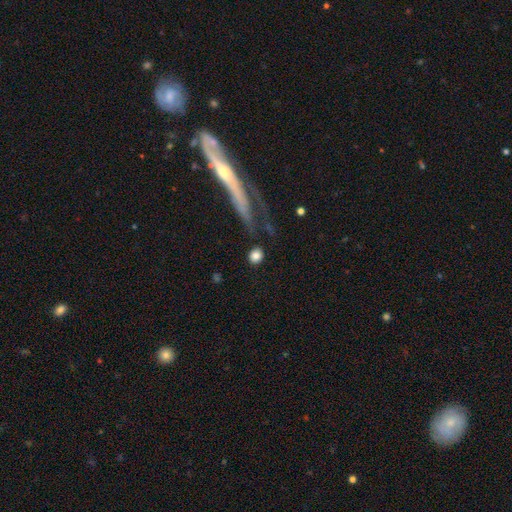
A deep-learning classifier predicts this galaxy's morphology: A smooth galaxy with no disk features (82%) that is round (79%).

Vote fractions:
- Smooth or featured? smooth: 82% / star or artifact: 9% / featured or disk: 9%
- How rounded? round: 79% / in between: 19% / cigar-shaped: 2%
- Merging? none: 82% / minor disturbance: 9% / major disturbance: 5% / merger: 5%